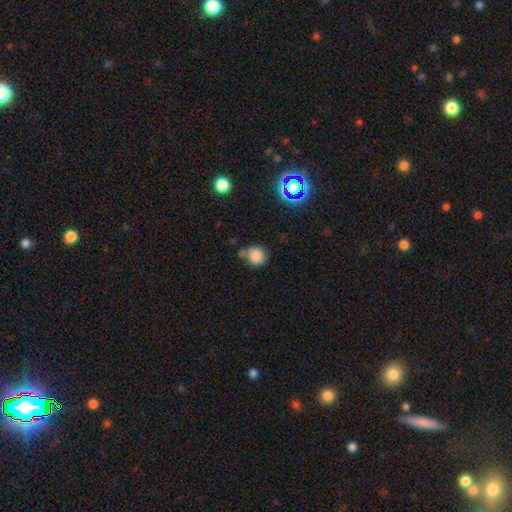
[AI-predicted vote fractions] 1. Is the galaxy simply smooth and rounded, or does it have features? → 83% smooth, 11% star or artifact, 6% featured or disk.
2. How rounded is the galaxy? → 86% round, 13% in between, 1% cigar-shaped.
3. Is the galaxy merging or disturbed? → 56% none, 23% minor disturbance, 14% merger, 7% major disturbance.